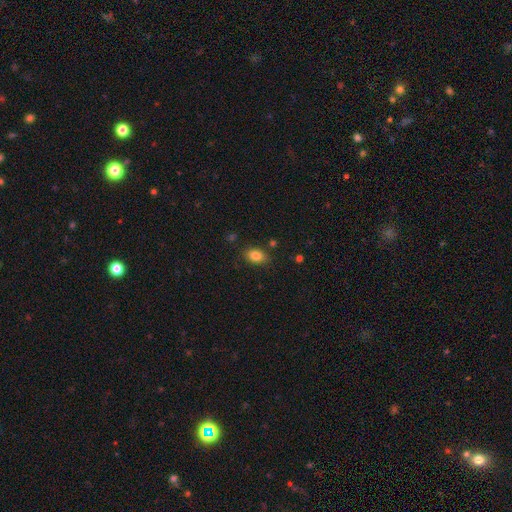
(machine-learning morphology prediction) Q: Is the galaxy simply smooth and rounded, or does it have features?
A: smooth — 84%.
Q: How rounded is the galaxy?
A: in between — 79%.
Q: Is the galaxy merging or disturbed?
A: none — 81%.